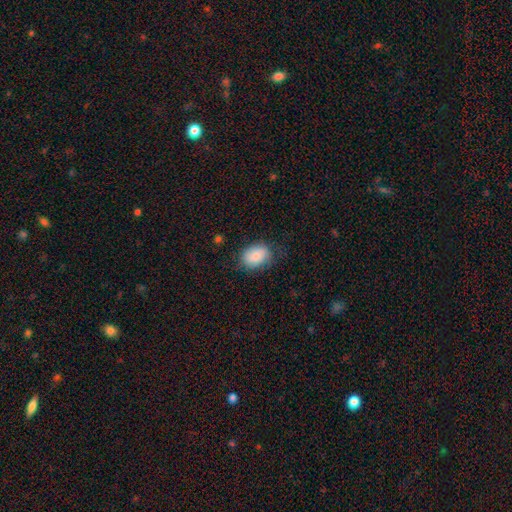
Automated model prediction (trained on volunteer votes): Q: Smooth or featured?
A: smooth (83%); runner-up: featured or disk (9%)
Q: How rounded?
A: in between (74%); runner-up: round (25%)
Q: Merging?
A: none (70%); runner-up: minor disturbance (22%)